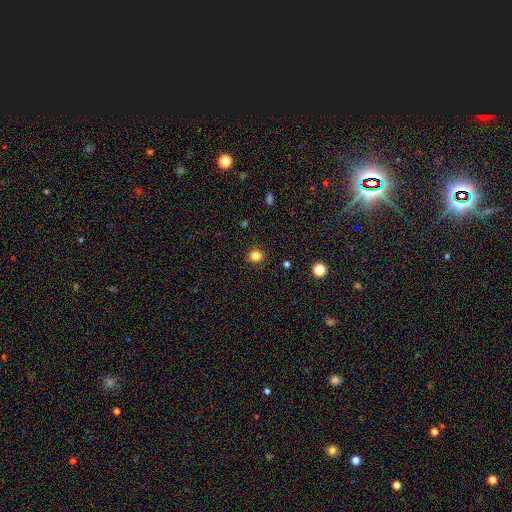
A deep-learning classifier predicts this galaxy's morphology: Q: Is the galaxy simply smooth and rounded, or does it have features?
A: smooth — 83%.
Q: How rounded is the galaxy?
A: round — 83%.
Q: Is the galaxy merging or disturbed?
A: none — 90%.